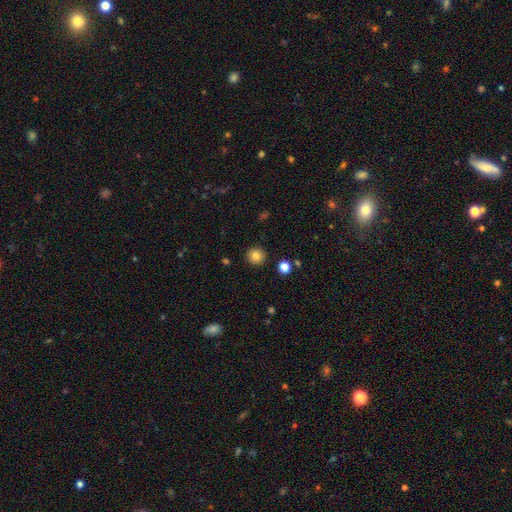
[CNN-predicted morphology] This appears to be a smooth galaxy with no disk features (82%) that is round (95%). Merging: none (92%).